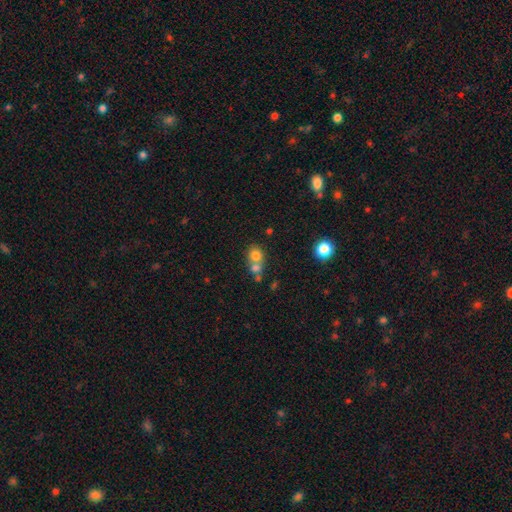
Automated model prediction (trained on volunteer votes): A smooth galaxy with no disk features (75%) that is round (76%).

Vote fractions:
- Smooth or featured? smooth: 75% / featured or disk: 13% / star or artifact: 13%
- How rounded? round: 76% / in between: 23% / cigar-shaped: 1%
- Merging? merger: 53% / none: 37% / minor disturbance: 7% / major disturbance: 3%